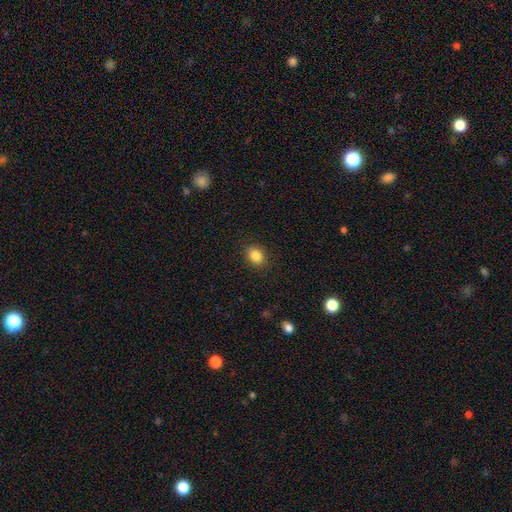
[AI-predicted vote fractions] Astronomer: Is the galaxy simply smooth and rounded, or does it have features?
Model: smooth — 85%.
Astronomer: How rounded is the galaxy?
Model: in between — 50% (runner-up: round, 49%).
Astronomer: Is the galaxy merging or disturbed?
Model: none — 89%.